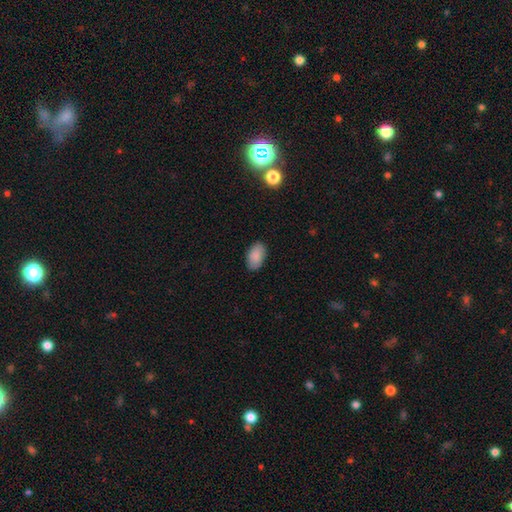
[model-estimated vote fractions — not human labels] smooth_or_featured: smooth (p=0.89) [alt: star or artifact p=0.07]
how_rounded: in between (p=0.94) [alt: round p=0.05]
merging: none (p=0.87) [alt: minor disturbance p=0.10]